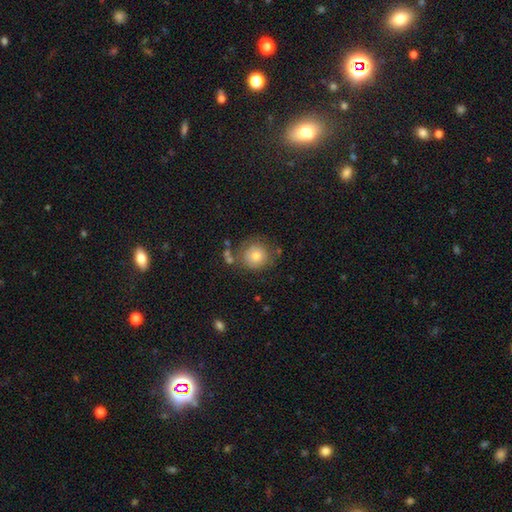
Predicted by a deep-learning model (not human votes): This is likely a smooth galaxy (73%). How rounded: clearly round (92%). Merging: likely none (72%).